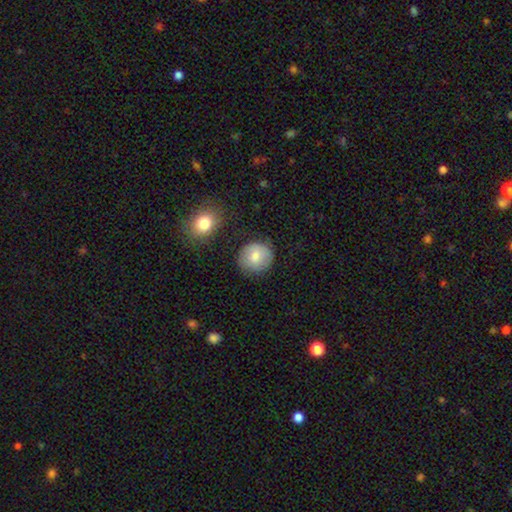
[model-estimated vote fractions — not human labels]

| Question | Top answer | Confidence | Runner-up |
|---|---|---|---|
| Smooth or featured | smooth | 80% | featured or disk (13%) |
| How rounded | round | 89% | in between (11%) |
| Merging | none | 80% | minor disturbance (14%) |